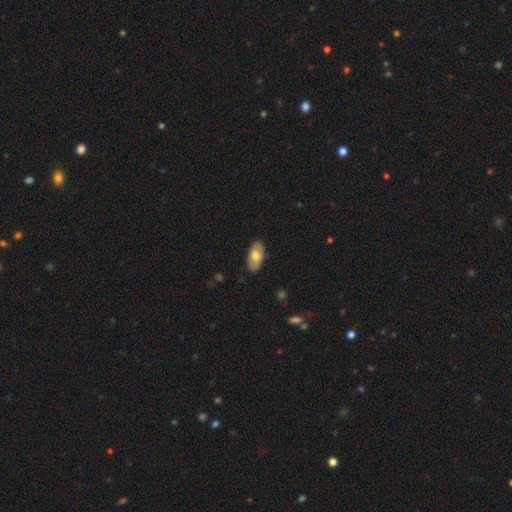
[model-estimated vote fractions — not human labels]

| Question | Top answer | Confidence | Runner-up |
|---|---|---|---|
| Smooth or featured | smooth | 61% | featured or disk (33%) |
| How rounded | in between | 93% | cigar-shaped (4%) |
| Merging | none | 86% | minor disturbance (11%) |